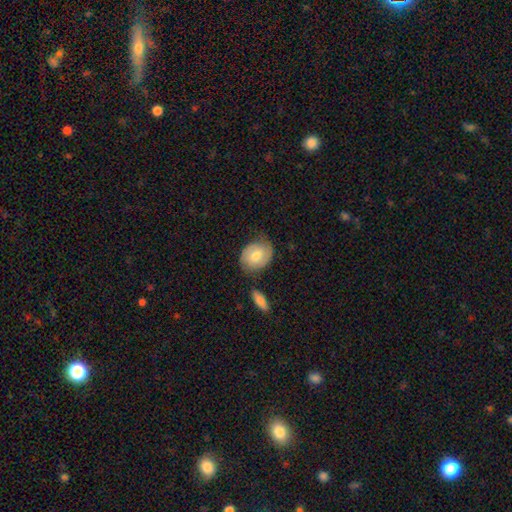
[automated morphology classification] Smooth or featured: smooth — 56% (featured or disk — 37%)
How rounded: in between — 51% (round — 48%)
Merging: none — 65% (minor disturbance — 22%)